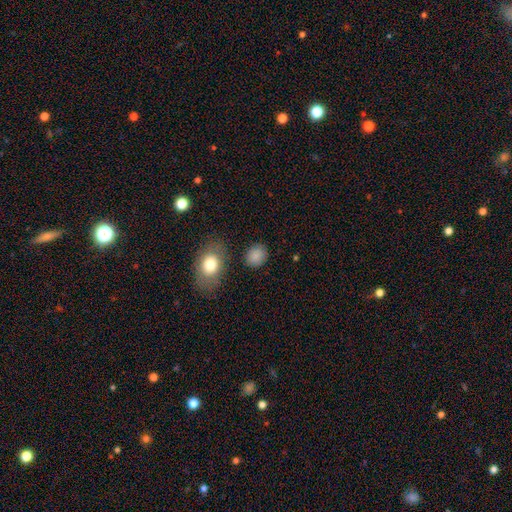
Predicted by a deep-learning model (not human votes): Smooth or featured? Predicted: smooth (p=0.86). How rounded? Predicted: round (p=0.60). Merging? Predicted: none (p=0.83).